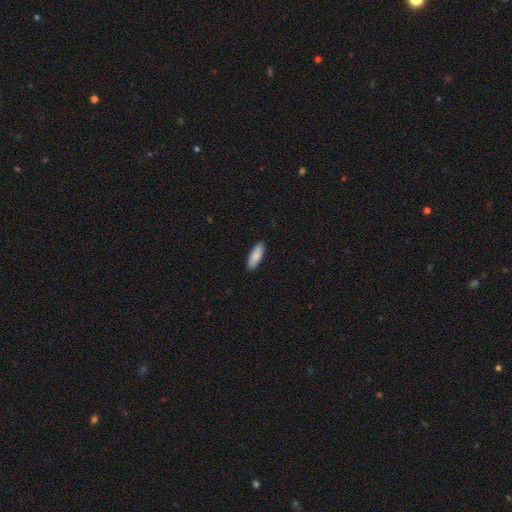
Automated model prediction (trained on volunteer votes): smooth-or-featured: smooth: 87% | featured or disk: 7% | star or artifact: 6%
  how-rounded: in between: 60% | cigar-shaped: 38% | round: 2%
  merging: none: 91% | minor disturbance: 7% | major disturbance: 1% | merger: 1%